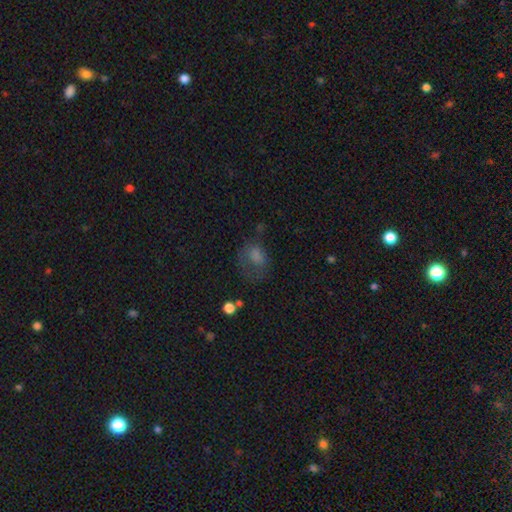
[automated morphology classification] Q: Smooth or featured?
A: smooth (55%); runner-up: star or artifact (24%)
Q: How rounded?
A: in between (63%); runner-up: round (36%)
Q: Merging?
A: none (39%); runner-up: major disturbance (34%)